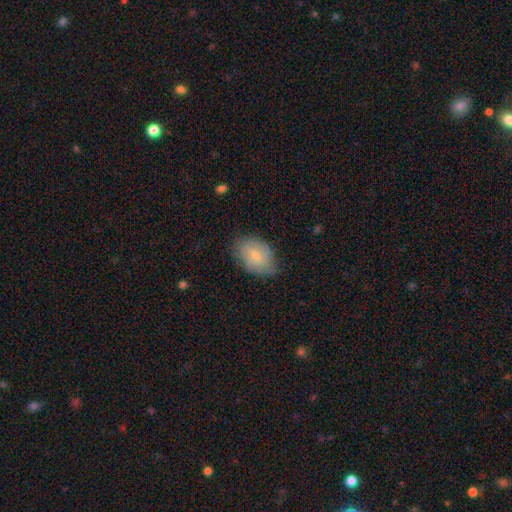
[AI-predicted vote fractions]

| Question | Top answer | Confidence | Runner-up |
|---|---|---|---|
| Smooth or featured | smooth | 68% | featured or disk (25%) |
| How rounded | in between | 80% | round (18%) |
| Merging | none | 69% | minor disturbance (25%) |